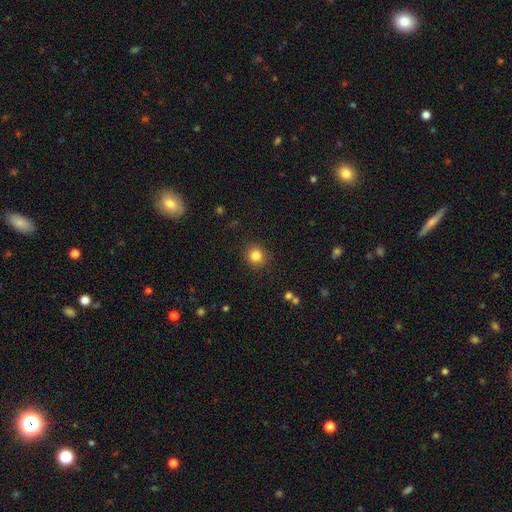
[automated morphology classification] smooth-or-featured: smooth: 83% | star or artifact: 11% | featured or disk: 5%
  how-rounded: round: 89% | in between: 10% | cigar-shaped: 1%
  merging: none: 89% | minor disturbance: 7% | major disturbance: 2% | merger: 1%